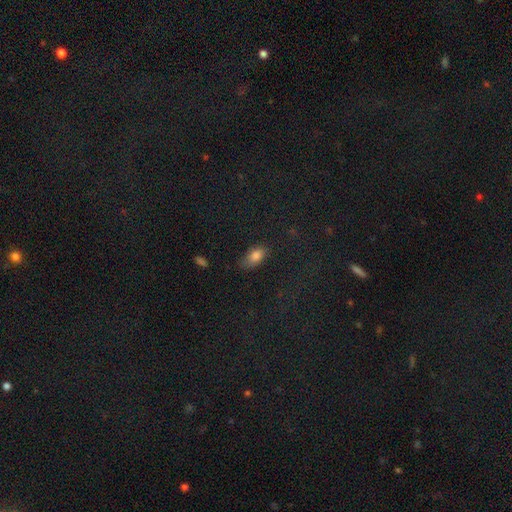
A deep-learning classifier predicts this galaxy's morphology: smooth 82%, star or artifact 10%, featured or disk 8%. Down the decision tree: how rounded — in between (88%); merging — none (61%).